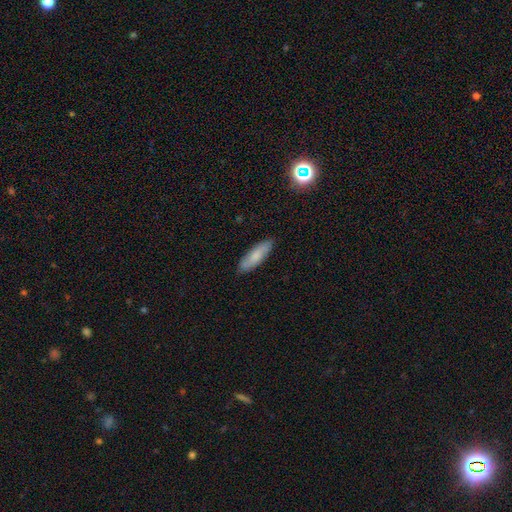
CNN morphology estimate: This appears to be a smooth galaxy with no disk features (75%) that is cigar-shaped (55%). Merging: none (86%).